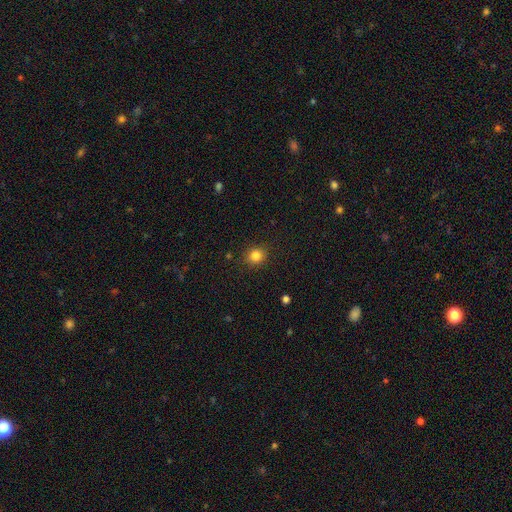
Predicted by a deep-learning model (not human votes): Smooth or featured: smooth — 84% (star or artifact — 12%)
How rounded: round — 84% (in between — 15%)
Merging: none — 88% (minor disturbance — 8%)